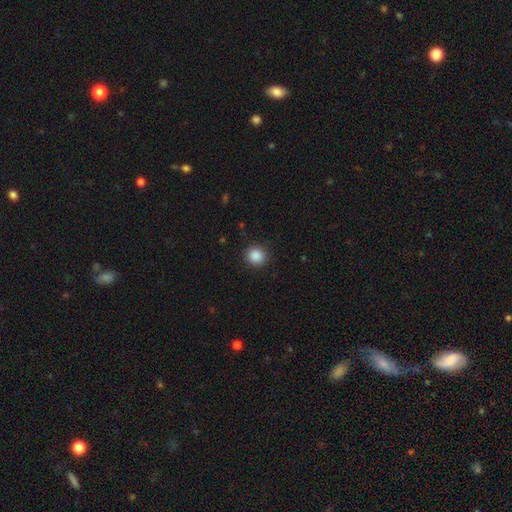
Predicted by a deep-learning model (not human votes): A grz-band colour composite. It shows a smooth galaxy with no disk features (88%) that is round (88%). Merging: none (90%).